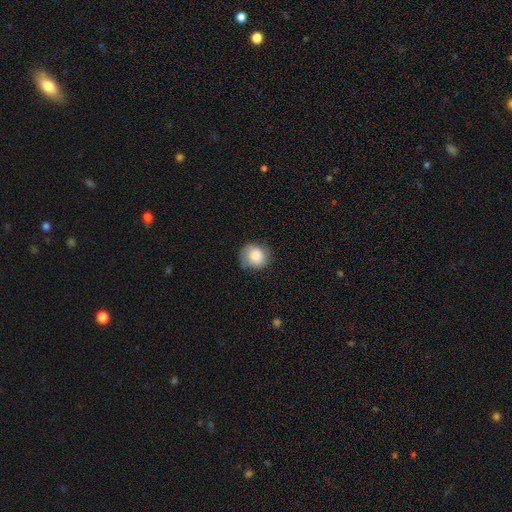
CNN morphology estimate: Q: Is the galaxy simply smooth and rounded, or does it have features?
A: smooth — 67%.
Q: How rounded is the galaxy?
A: round — 81%.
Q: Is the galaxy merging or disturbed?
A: none — 65%.